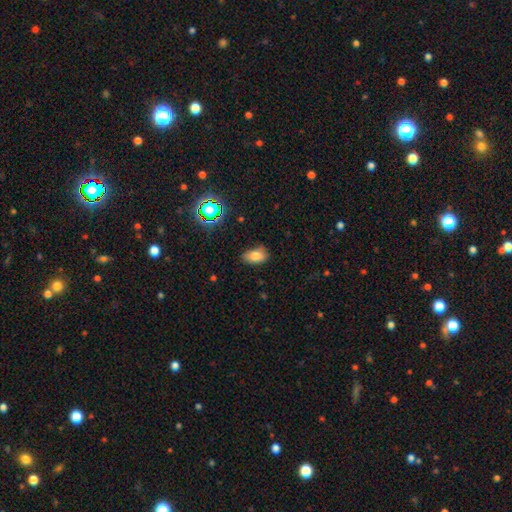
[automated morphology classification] smooth-or-featured: smooth: 79% | star or artifact: 13% | featured or disk: 9%
  how-rounded: in between: 88% | round: 10% | cigar-shaped: 2%
  merging: none: 71% | minor disturbance: 23% | major disturbance: 4% | merger: 2%